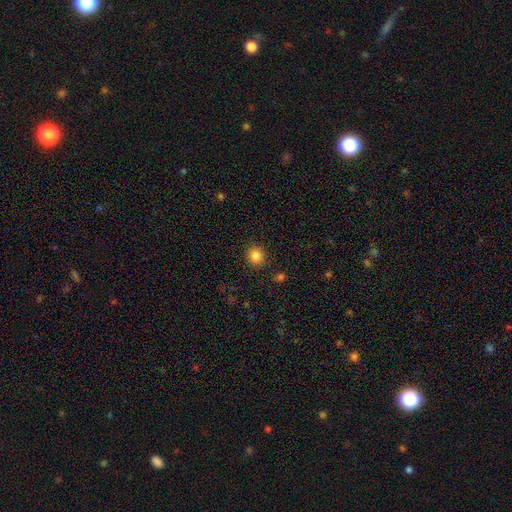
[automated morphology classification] Smooth or featured? Predicted: smooth (p=0.84). How rounded? Predicted: round (p=0.86). Merging? Predicted: none (p=0.90).